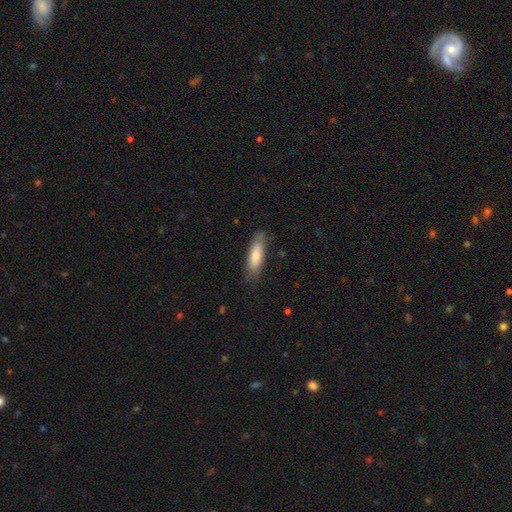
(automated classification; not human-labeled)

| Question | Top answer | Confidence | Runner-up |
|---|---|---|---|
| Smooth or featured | smooth | 78% | featured or disk (17%) |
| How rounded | cigar-shaped | 53% | in between (45%) |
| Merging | none | 76% | minor disturbance (18%) |